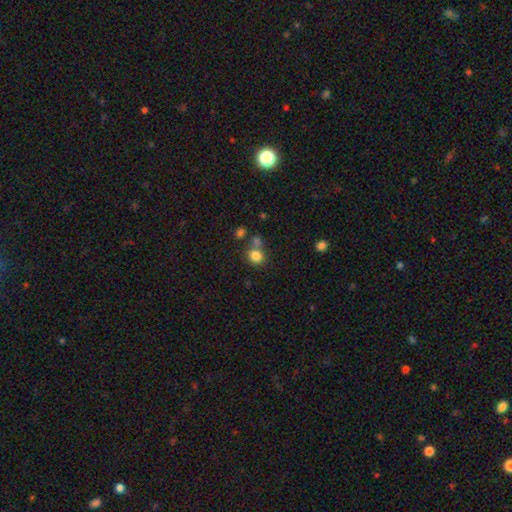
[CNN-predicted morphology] A smooth galaxy with no disk features (81%) that is round (75%). Merging: none (61%).